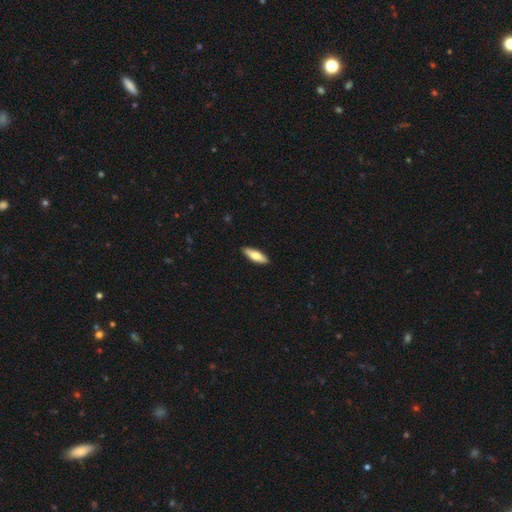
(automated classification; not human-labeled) smooth-or-featured: smooth: 70% | featured or disk: 25% | star or artifact: 5%
  how-rounded: cigar-shaped: 49% (tied) | in between: 49% (tied) | round: 2%
  merging: none: 90% | minor disturbance: 8% | major disturbance: 1% | merger: 1%